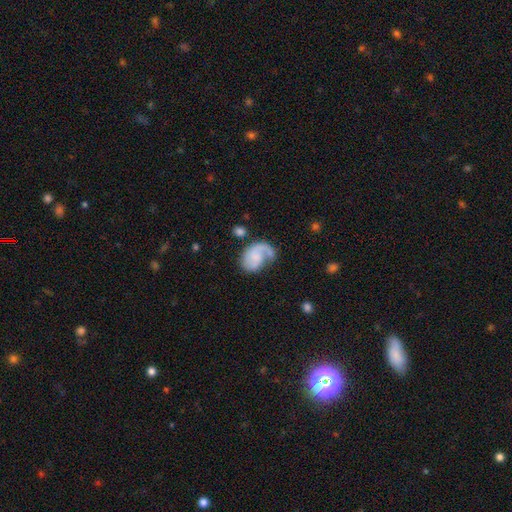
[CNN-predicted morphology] smooth-or-featured: featured or disk: 63% | smooth: 30% | star or artifact: 7%
  disk-edge-on: no: 98% | yes: 2%
    bar: no: 68% | weak: 27% | strong: 5%
    has-spiral-arms: yes: 89% | no: 11%
      spiral-winding: loose: 45% | medium: 35% | tight: 20%
      spiral-arm-count: 1: 62% | 2: 30% | can't tell: 5% | 3: 1% | 4: 1% | more than 4: 1%
    bulge-size: none: 50% | small: 29% | moderate: 14% | large: 5% | dominant: 2%
  merging: none: 37% | major disturbance: 32% | minor disturbance: 24% | merger: 7%